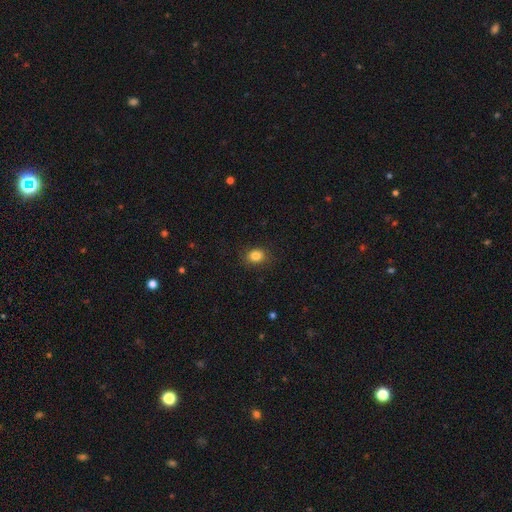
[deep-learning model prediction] This appears to be a smooth galaxy with no disk features (85%) that is round (51%). Merging: none (86%).